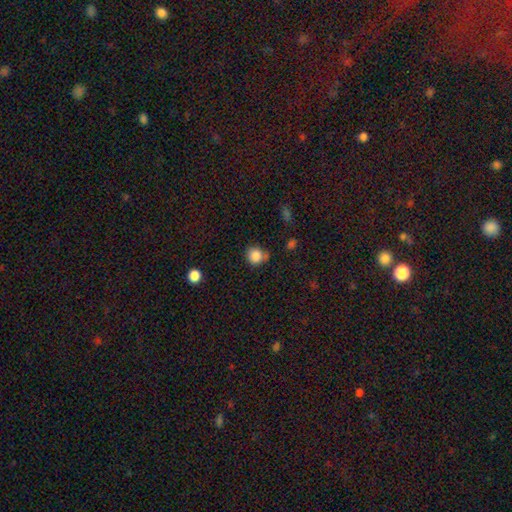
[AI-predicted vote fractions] Q: Smooth or featured?
A: smooth (85%); runner-up: star or artifact (10%)
Q: How rounded?
A: round (85%); runner-up: in between (14%)
Q: Merging?
A: none (64%); runner-up: minor disturbance (22%)